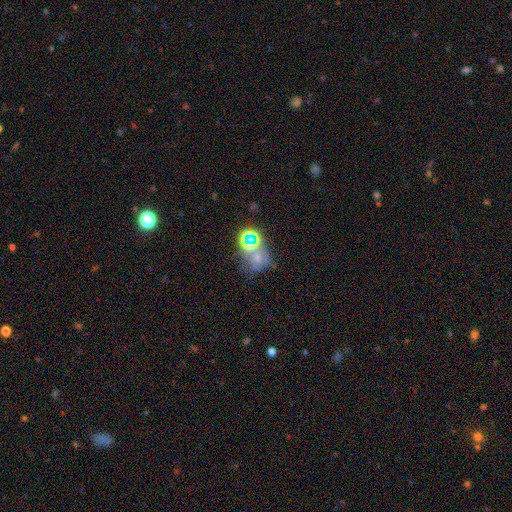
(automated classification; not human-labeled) A star or artifact, not a galaxy (40%).

Vote fractions:
- Smooth or featured? star or artifact: 40% / smooth: 33% / featured or disk: 27%